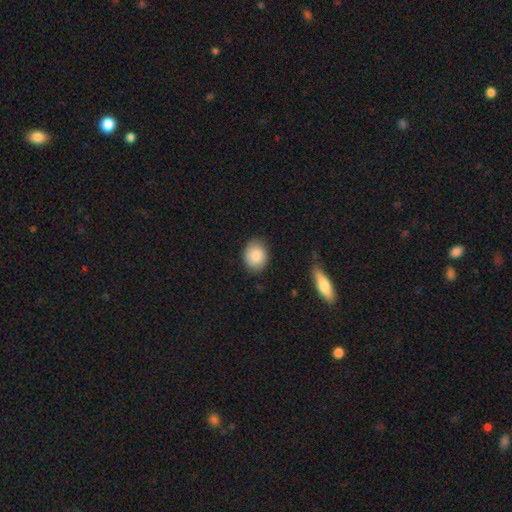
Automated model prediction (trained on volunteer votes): A smooth galaxy with no disk features (86%) that is in between round and cigar-shaped (52%).

Vote fractions:
- Smooth or featured? smooth: 86% / featured or disk: 7% / star or artifact: 7%
- How rounded? in between: 52% / round: 47% / cigar-shaped: 1%
- Merging? none: 84% / minor disturbance: 13% / major disturbance: 2% / merger: 1%